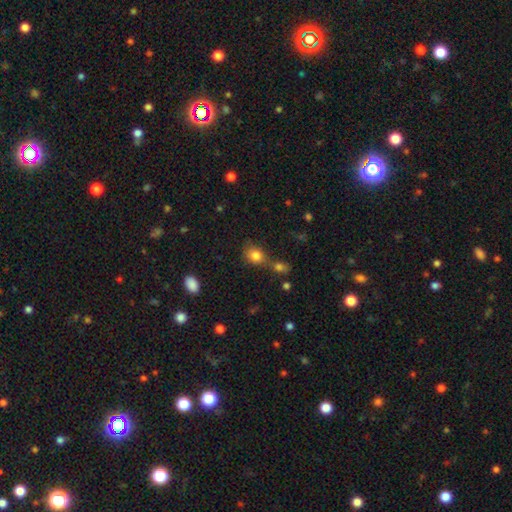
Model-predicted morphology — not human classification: Q: Smooth or featured?
A: smooth (82%); runner-up: star or artifact (11%)
Q: How rounded?
A: round (59%); runner-up: in between (40%)
Q: Merging?
A: none (52%); runner-up: merger (28%)